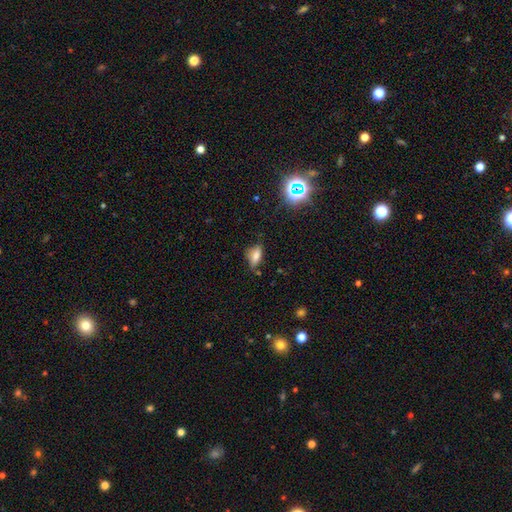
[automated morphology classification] A smooth galaxy with no disk features (69%) that is in between round and cigar-shaped (83%).

Vote fractions:
- Smooth or featured? smooth: 69% / featured or disk: 17% / star or artifact: 14%
- How rounded? in between: 83% / cigar-shaped: 11% / round: 6%
- Merging? none: 57% / minor disturbance: 31% / major disturbance: 9% / merger: 4%